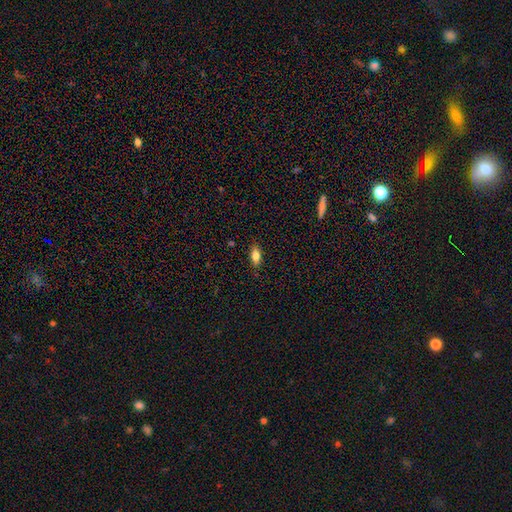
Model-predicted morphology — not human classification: smooth 80%, featured or disk 11%, star or artifact 8%. Down the decision tree: how rounded — in between (83%); merging — none (87%).